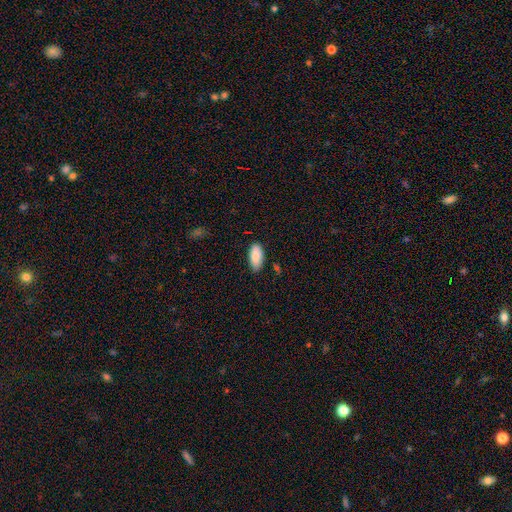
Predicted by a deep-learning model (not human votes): Overall: smooth (86%). How rounded: in between (92%). Merging: none (82%).